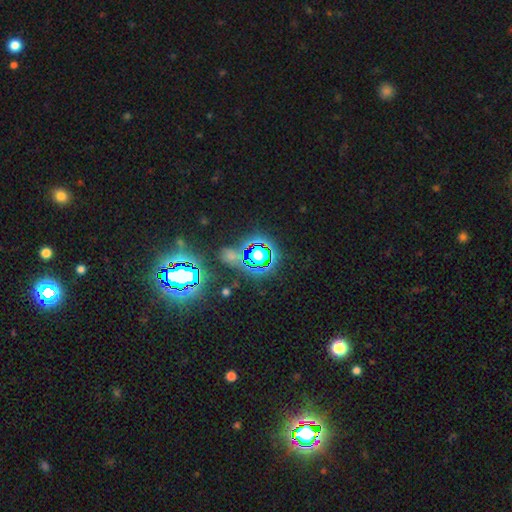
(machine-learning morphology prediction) star or artifact 68%, smooth 22%, featured or disk 10%.